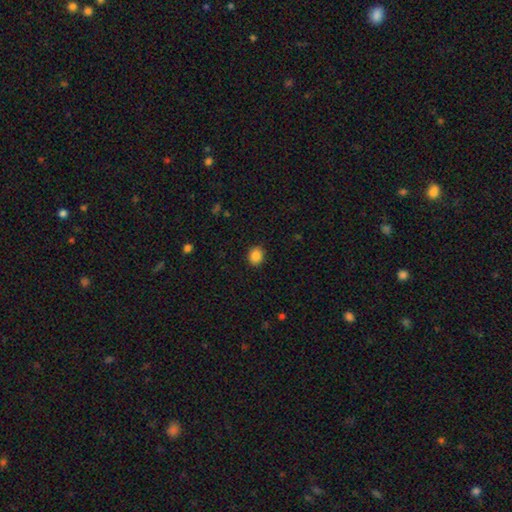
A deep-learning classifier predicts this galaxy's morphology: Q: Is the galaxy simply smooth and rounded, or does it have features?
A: smooth — 87%.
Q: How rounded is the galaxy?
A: round — 62%.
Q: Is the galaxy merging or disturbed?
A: none — 89%.